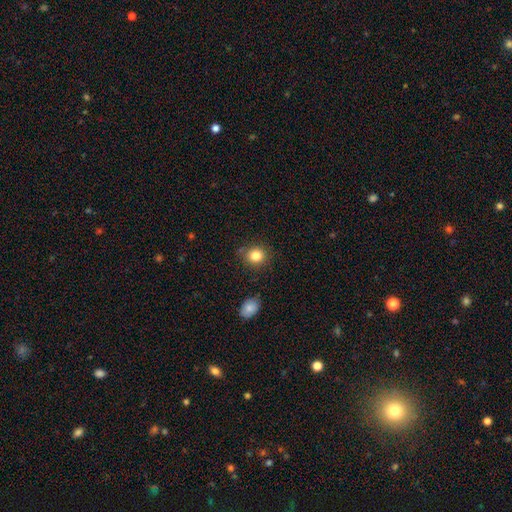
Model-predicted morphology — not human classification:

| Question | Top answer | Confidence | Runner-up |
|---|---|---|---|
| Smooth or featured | smooth | 84% | star or artifact (10%) |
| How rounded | round | 80% | in between (19%) |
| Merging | none | 82% | minor disturbance (11%) |